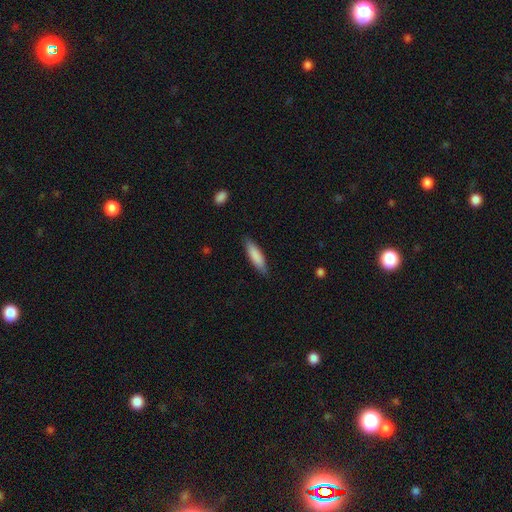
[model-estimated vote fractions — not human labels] The model was most divided on "how rounded": cigar-shaped: 62%, in between: 37%, round: 1%. More confident: smooth or featured — smooth (86%); merging — none (85%).